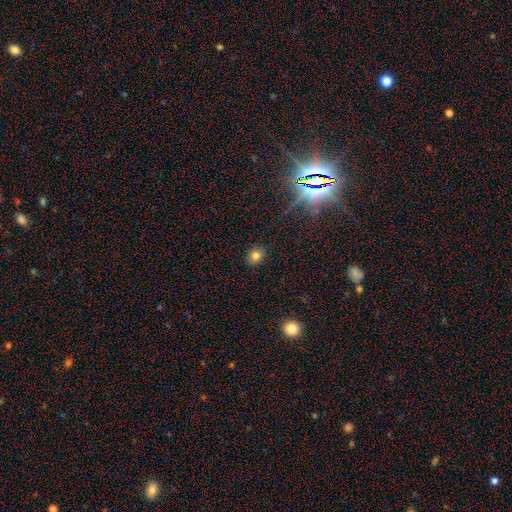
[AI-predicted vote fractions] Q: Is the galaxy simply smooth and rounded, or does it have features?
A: smooth — 77%.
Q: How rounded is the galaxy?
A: round — 73%.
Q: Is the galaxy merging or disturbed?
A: none — 88%.